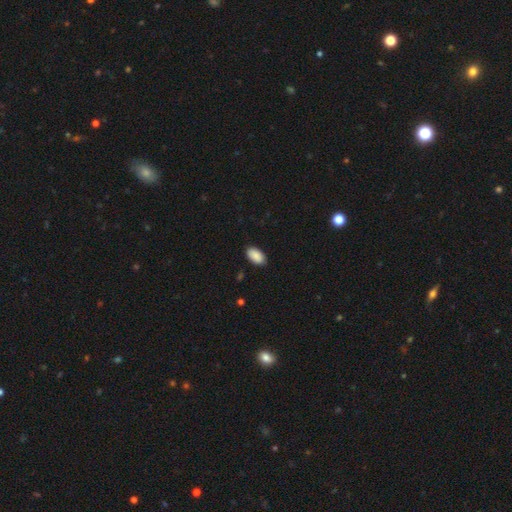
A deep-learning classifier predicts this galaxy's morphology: Q: Smooth or featured?
A: smooth (90%); runner-up: star or artifact (6%)
Q: How rounded?
A: in between (95%); runner-up: round (3%)
Q: Merging?
A: none (87%); runner-up: minor disturbance (10%)